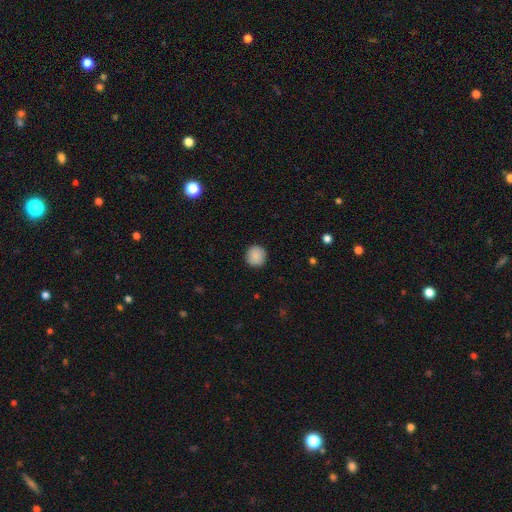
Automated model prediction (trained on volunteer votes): This appears to be a smooth galaxy with no disk features (89%) that is round (95%). Merging: none (92%).